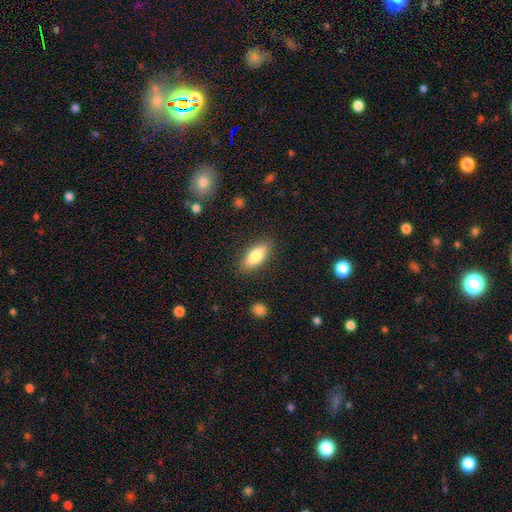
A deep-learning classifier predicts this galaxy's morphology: Smooth or featured?
  - smooth: 79% *
  - featured or disk: 15%
  - star or artifact: 6%
How rounded?
  - in between: 80% *
  - cigar-shaped: 17%
  - round: 3%
Merging?
  - none: 86% *
  - minor disturbance: 10%
  - major disturbance: 3%
  - merger: 1%